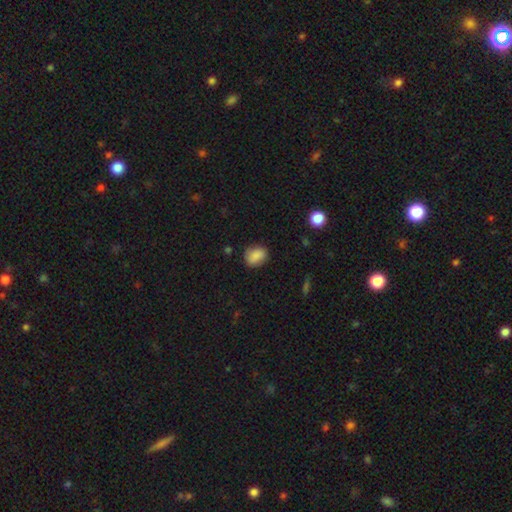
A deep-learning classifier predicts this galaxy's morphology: Smooth or featured: smooth — 85% (star or artifact — 8%)
How rounded: in between — 60% (round — 39%)
Merging: none — 78% (minor disturbance — 17%)